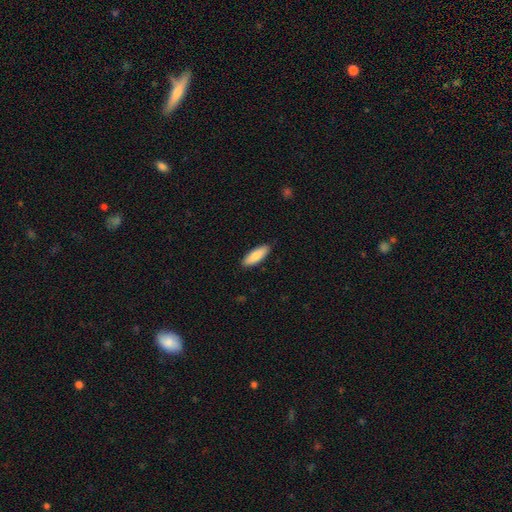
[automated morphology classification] smooth-or-featured: smooth: 85% | featured or disk: 9% | star or artifact: 5%
  how-rounded: in between: 64% | cigar-shaped: 34% | round: 2%
  merging: none: 87% | minor disturbance: 10% | major disturbance: 2% | merger: 1%